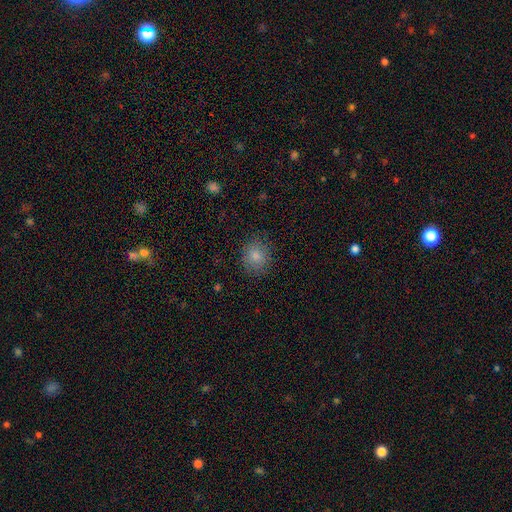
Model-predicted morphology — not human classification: A smooth galaxy with no disk features (83%) that is round (78%).

Vote fractions:
- Smooth or featured? smooth: 83% / star or artifact: 10% / featured or disk: 7%
- How rounded? round: 78% / in between: 21% / cigar-shaped: 1%
- Merging? none: 84% / minor disturbance: 11% / major disturbance: 4% / merger: 1%